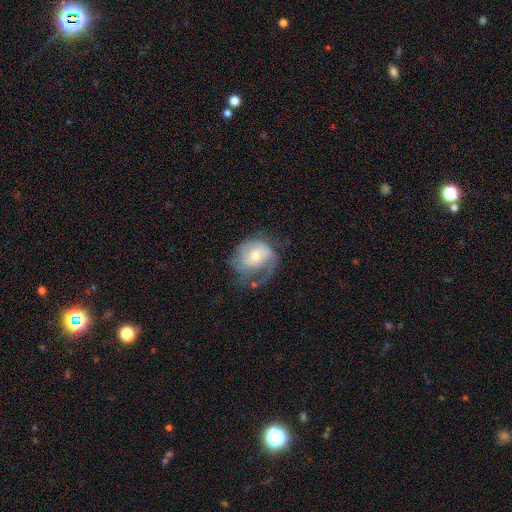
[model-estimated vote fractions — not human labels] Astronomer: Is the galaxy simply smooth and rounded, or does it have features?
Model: featured or disk — 66%.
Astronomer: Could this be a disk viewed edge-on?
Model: no — 97%.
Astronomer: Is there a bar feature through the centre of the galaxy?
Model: no — 69%.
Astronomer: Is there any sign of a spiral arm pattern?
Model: yes — 82%.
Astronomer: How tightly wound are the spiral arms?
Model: tight — 38%, tied with medium at 38%.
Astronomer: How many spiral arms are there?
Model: can't tell — 31% (runner-up: 2, 29%).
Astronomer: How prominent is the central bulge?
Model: small — 49% (runner-up: moderate, 43%).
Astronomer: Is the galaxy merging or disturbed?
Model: none — 38% (runner-up: major disturbance, 35%).